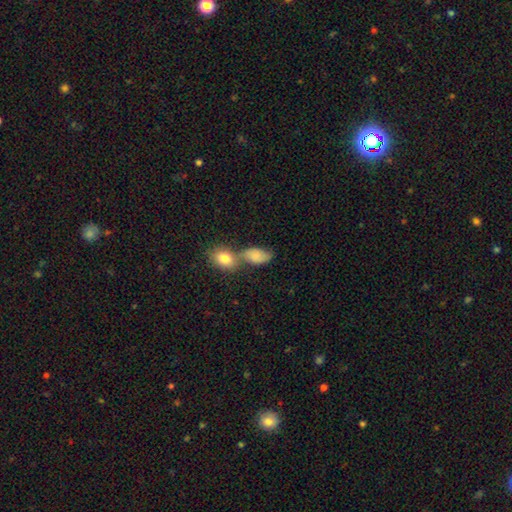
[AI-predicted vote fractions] A smooth galaxy with no disk features (78%) that is in between round and cigar-shaped (86%).

Vote fractions:
- Smooth or featured? smooth: 78% / featured or disk: 13% / star or artifact: 9%
- How rounded? in between: 86% / round: 11% / cigar-shaped: 3%
- Merging? merger: 44% / none: 35% / minor disturbance: 14% / major disturbance: 7%